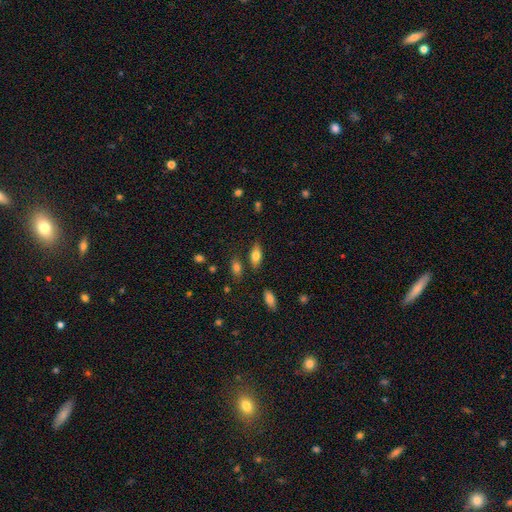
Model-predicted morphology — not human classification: A smooth galaxy with no disk features (76%) that is in between round and cigar-shaped (84%). Merging: none (76%).